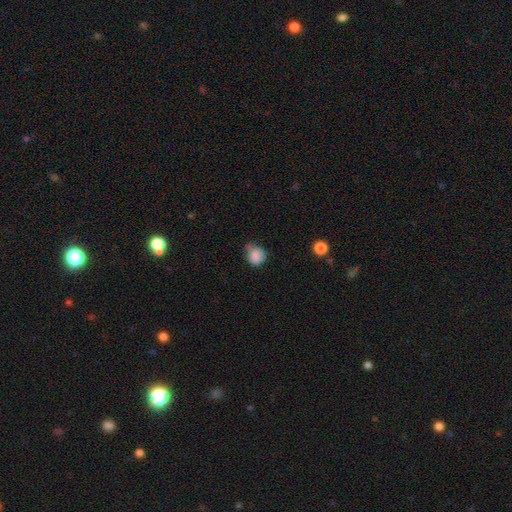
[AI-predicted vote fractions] Smooth or featured?
  - smooth: 82% *
  - star or artifact: 9%
  - featured or disk: 8%
How rounded?
  - round: 69% *
  - in between: 30%
  - cigar-shaped: 1%
Merging?
  - none: 48% *
  - minor disturbance: 39%
  - major disturbance: 10%
  - merger: 3%